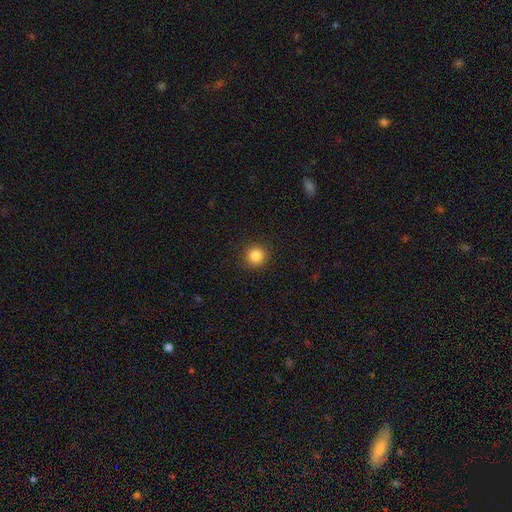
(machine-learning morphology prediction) Smooth or featured: smooth — 85% (star or artifact — 11%)
How rounded: round — 95% (in between — 4%)
Merging: none — 92% (minor disturbance — 5%)